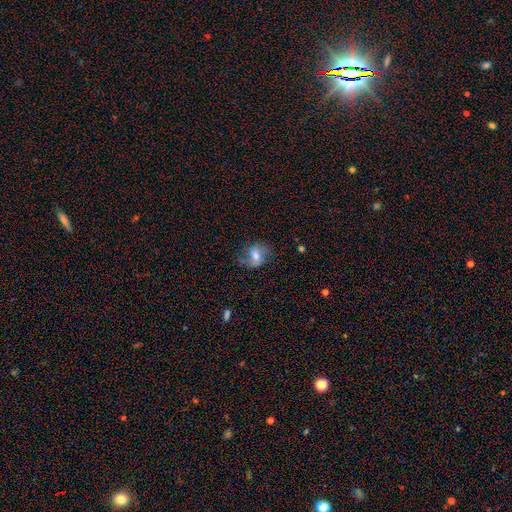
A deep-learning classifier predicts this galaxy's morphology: A smooth galaxy with no disk features (51%) that is in between round and cigar-shaped (59%).

Vote fractions:
- Smooth or featured? smooth: 51% / featured or disk: 39% / star or artifact: 9%
- How rounded? in between: 59% / round: 39% / cigar-shaped: 2%
- Merging? none: 60% / minor disturbance: 25% / major disturbance: 13% / merger: 2%